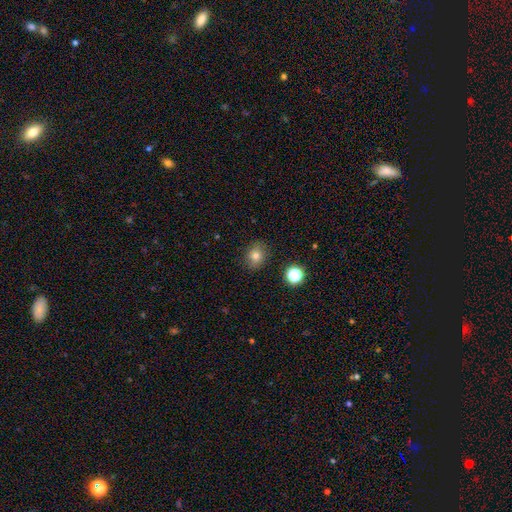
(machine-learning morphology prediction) A smooth galaxy with no disk features (77%) that is round (63%).

Vote fractions:
- Smooth or featured? smooth: 77% / star or artifact: 14% / featured or disk: 8%
- How rounded? round: 63% / in between: 36% / cigar-shaped: 1%
- Merging? none: 86% / minor disturbance: 10% / major disturbance: 3% / merger: 2%